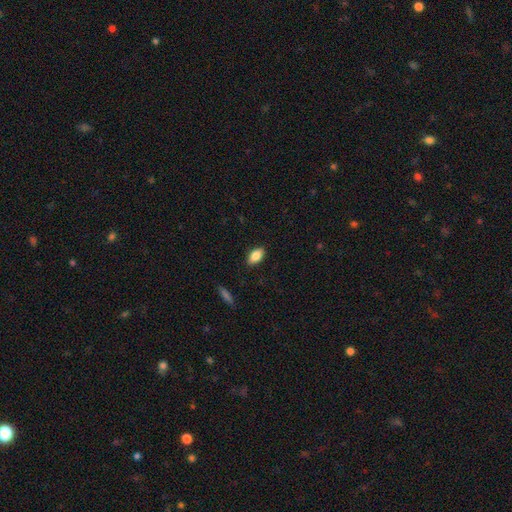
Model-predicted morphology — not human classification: type=smooth (86%); roundness=in between (91%); merging=none (88%).